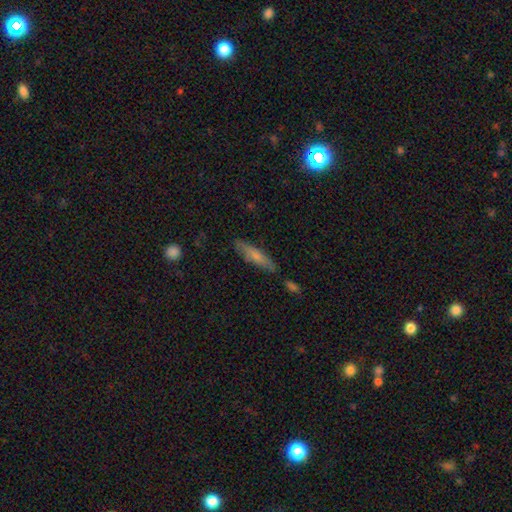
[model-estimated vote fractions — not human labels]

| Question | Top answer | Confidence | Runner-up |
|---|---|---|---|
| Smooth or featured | smooth | 69% | featured or disk (25%) |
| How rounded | cigar-shaped | 80% | in between (19%) |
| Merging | none | 78% | minor disturbance (15%) |